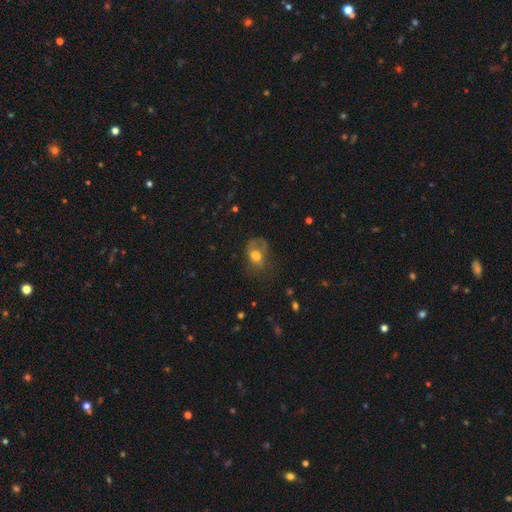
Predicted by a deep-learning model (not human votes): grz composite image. It shows a smooth galaxy with no disk features (61%) that is in between round and cigar-shaped (68%). Merging: major disturbance (38%).